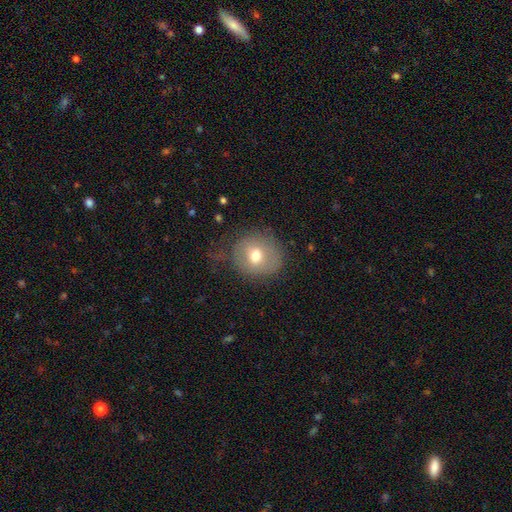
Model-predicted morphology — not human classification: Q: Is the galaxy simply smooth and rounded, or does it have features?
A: smooth — 66%.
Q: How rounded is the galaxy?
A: round — 83%.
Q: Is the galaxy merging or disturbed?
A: none — 65%.